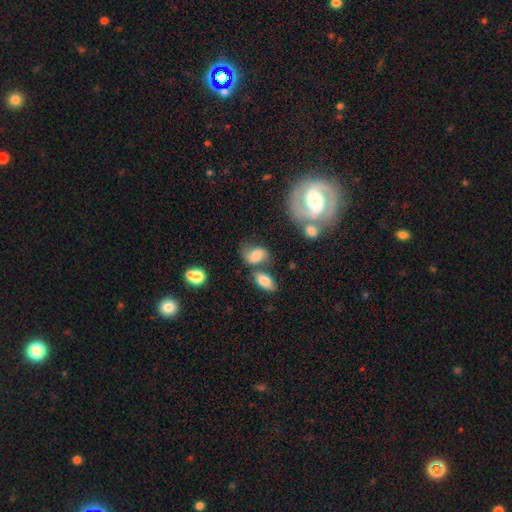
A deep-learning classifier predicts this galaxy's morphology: Smooth or featured? Predicted: smooth (p=0.63). How rounded? Predicted: in between (p=0.80). Merging? Predicted: none (p=0.44).